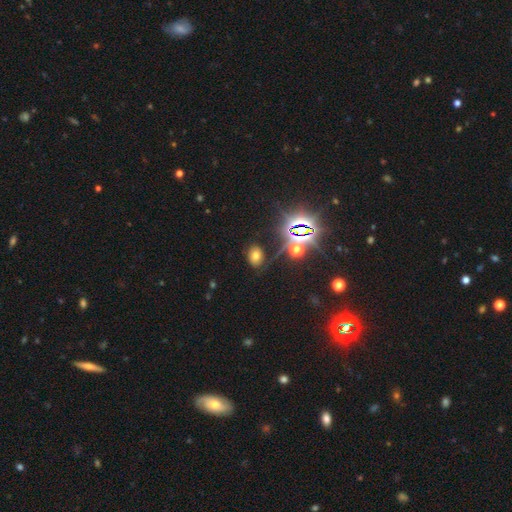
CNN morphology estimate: A smooth galaxy with no disk features (56%) that is in between round and cigar-shaped (71%). Merging: none (79%).